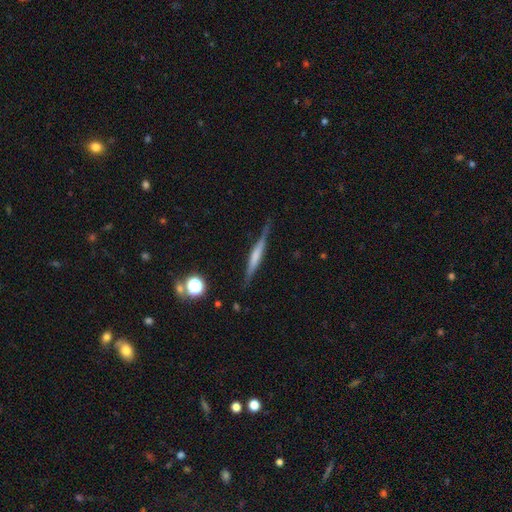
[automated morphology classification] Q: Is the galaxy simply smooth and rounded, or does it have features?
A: featured or disk — 59%.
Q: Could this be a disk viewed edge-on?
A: yes — 97%.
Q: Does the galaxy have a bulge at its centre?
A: none — 36%.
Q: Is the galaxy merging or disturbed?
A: none — 83%.